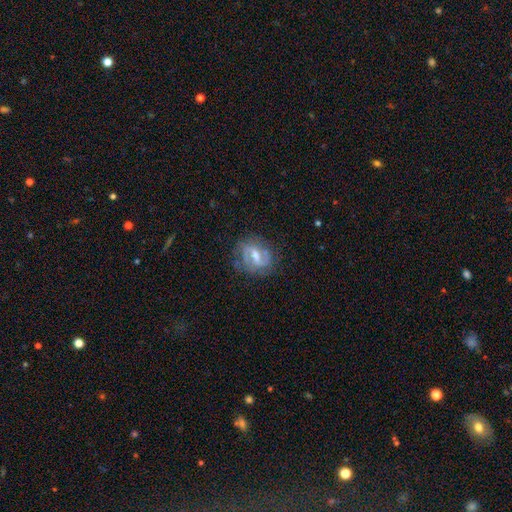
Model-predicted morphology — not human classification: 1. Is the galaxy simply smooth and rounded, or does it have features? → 72% featured or disk, 20% smooth, 8% star or artifact.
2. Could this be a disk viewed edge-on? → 96% no, 4% yes.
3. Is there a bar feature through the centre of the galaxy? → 46% strong, 43% weak, 11% no.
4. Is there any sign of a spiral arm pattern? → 81% yes, 19% no.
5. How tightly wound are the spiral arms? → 44% medium, 31% tight, 24% loose.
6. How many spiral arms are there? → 73% 2, 15% can't tell, 6% 1, 3% 3, 1% 4, 1% more than 4.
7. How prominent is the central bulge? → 48% moderate, 29% small, 12% none, 9% large, 1% dominant.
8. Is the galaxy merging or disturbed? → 67% none, 20% minor disturbance, 10% major disturbance, 2% merger.